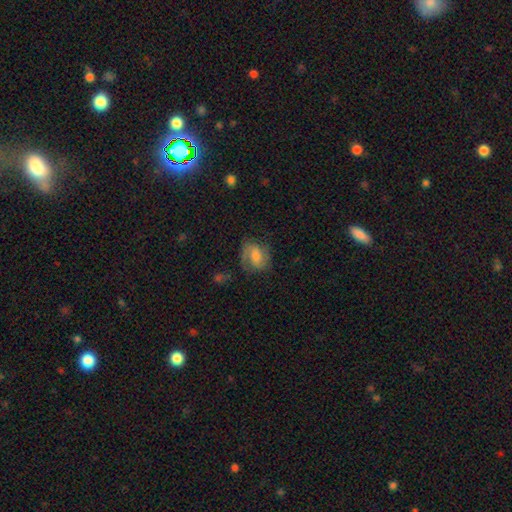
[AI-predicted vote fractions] smooth_or_featured: featured or disk (p=0.54) [alt: smooth p=0.37]
disk_edge_on: no (p=0.96) [alt: yes p=0.04]
bar: weak (p=0.47) [alt: no p=0.33]
has_spiral_arms: yes (p=0.85) [alt: no p=0.15]
bulge_size: moderate (p=0.46) [alt: small p=0.30]
merging: none (p=0.61) [alt: minor disturbance p=0.22]